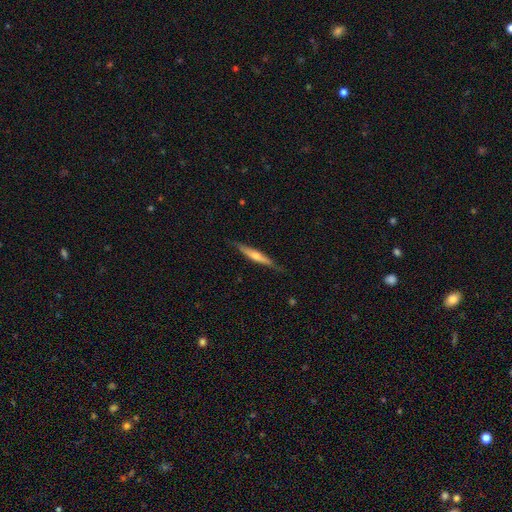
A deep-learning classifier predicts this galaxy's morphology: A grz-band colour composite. It shows a featured or disk galaxy (62%) viewed edge-on (96%) with a rounded central bulge (79%). Merging: none (84%).